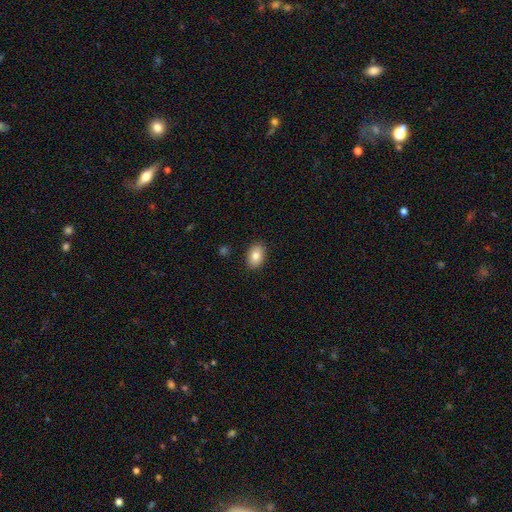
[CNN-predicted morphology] type=smooth (82%); roundness=in between (86%); merging=none (89%).